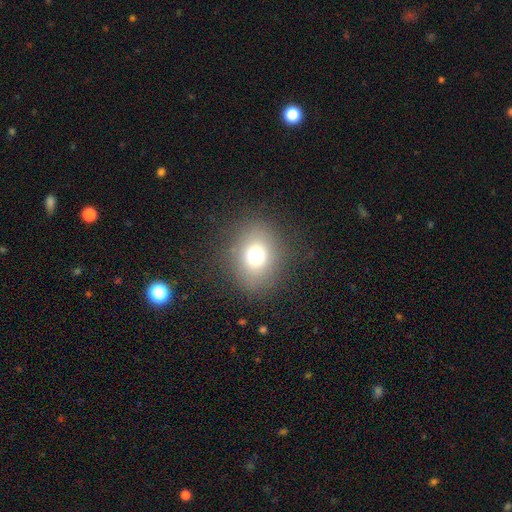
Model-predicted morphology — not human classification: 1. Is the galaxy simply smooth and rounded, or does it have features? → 72% smooth, 16% star or artifact, 12% featured or disk.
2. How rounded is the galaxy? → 66% round, 33% in between, 1% cigar-shaped.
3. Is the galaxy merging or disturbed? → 83% none, 10% minor disturbance, 6% major disturbance, 1% merger.